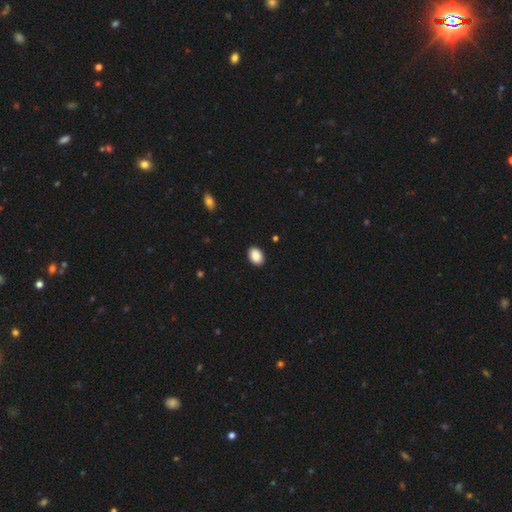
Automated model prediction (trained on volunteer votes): smooth_or_featured: smooth (p=0.90) [alt: star or artifact p=0.07]
how_rounded: in between (p=0.83) [alt: round p=0.16]
merging: none (p=0.90) [alt: minor disturbance p=0.07]